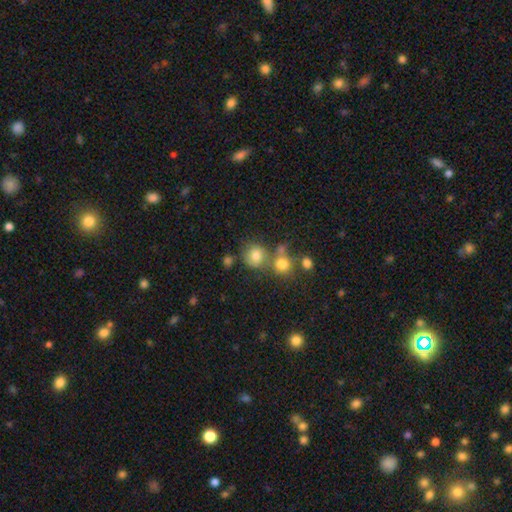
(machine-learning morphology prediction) Smooth or featured?
  - smooth: 77% *
  - star or artifact: 12%
  - featured or disk: 10%
How rounded?
  - round: 84% *
  - in between: 15%
  - cigar-shaped: 1%
Merging?
  - none: 57% *
  - merger: 26%
  - minor disturbance: 12%
  - major disturbance: 5%